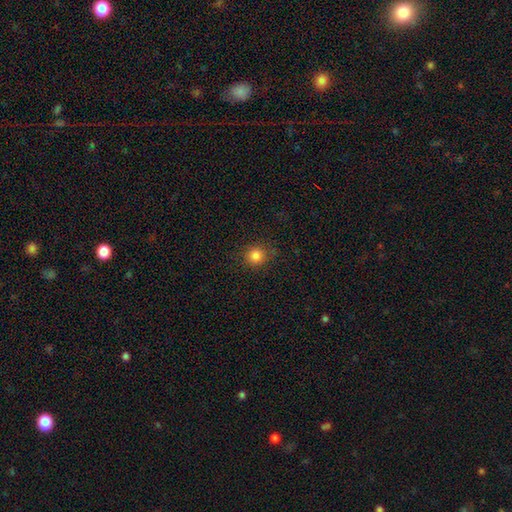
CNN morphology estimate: smooth_or_featured: smooth (p=0.84) [alt: star or artifact p=0.12]
how_rounded: round (p=0.90) [alt: in between p=0.09]
merging: none (p=0.86) [alt: minor disturbance p=0.09]